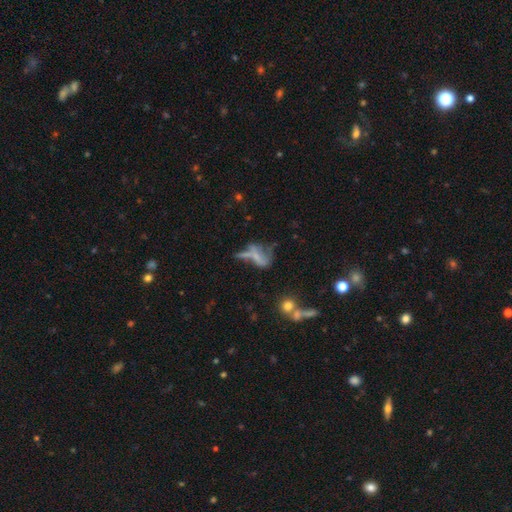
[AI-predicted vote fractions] Smooth or featured: smooth — 42% (featured or disk — 39%)
Merging: merger — 30% (major disturbance — 29%)